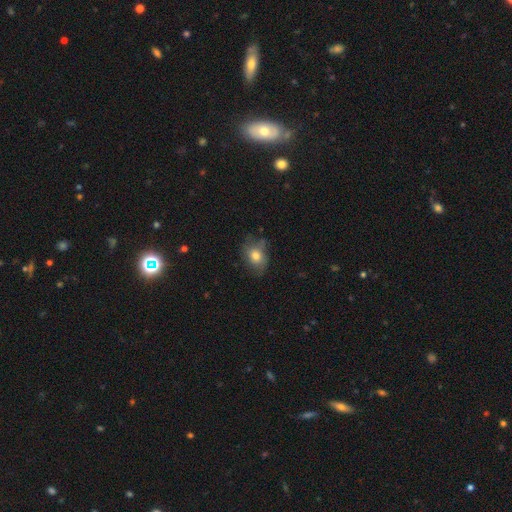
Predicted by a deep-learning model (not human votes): Smooth or featured? smooth (73%)
How rounded? in between (63%)
Merging? none (60%)